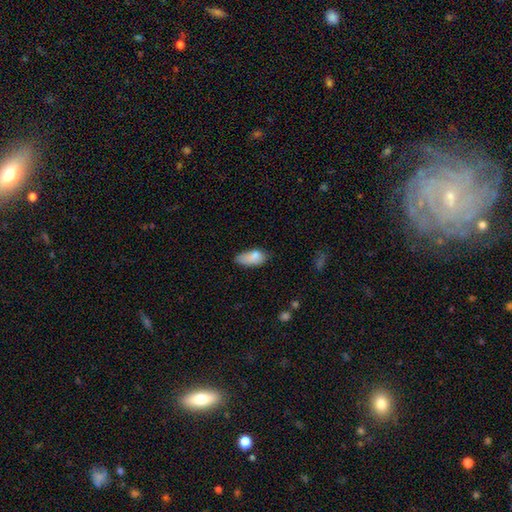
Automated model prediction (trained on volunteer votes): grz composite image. It shows a smooth galaxy with no disk features (77%) that is in between round and cigar-shaped (84%). Merging: none (66%).